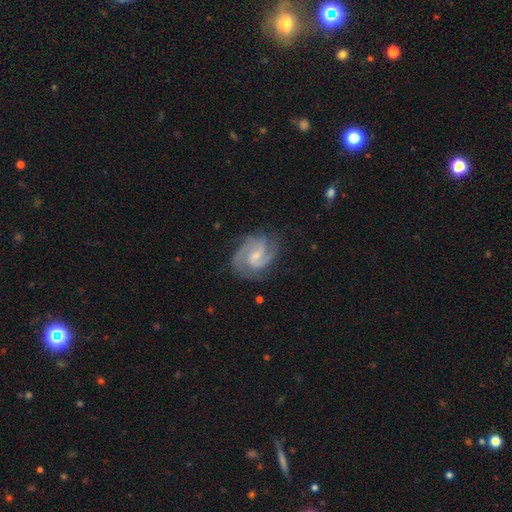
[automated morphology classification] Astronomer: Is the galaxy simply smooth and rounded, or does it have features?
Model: featured or disk — 90%.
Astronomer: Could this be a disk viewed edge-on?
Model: no — 98%.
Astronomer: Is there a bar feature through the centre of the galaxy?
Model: weak — 56%.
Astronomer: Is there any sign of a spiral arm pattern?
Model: yes — 98%.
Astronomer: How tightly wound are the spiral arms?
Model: medium — 56% (runner-up: tight, 33%).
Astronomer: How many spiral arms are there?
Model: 2 — 58%.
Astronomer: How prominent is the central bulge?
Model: small — 57% (runner-up: moderate, 33%).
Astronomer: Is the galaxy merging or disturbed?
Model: none — 74%.